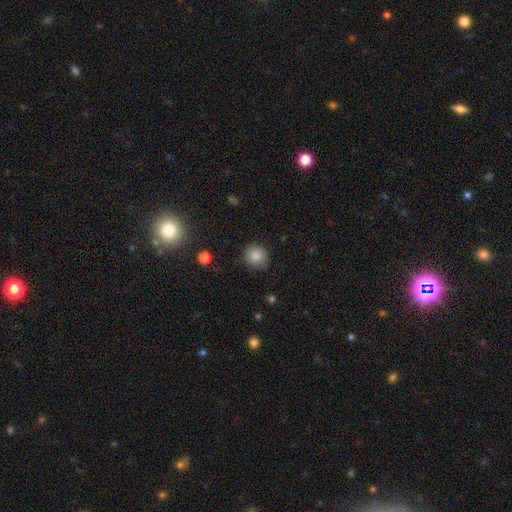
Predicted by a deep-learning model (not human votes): This is clearly a smooth galaxy (85%). How rounded: clearly round (90%). Merging: clearly none (86%).